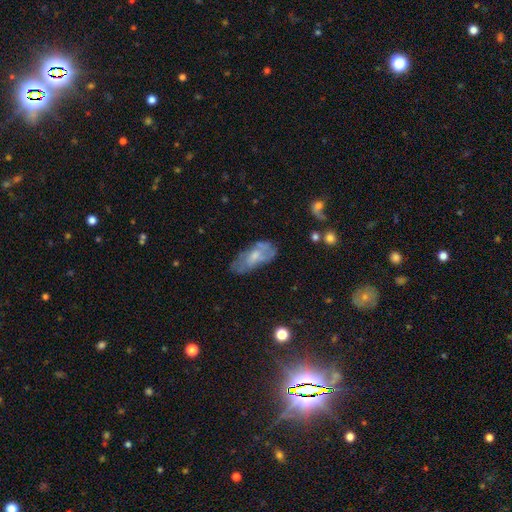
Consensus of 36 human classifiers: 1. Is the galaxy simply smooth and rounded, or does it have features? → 64% featured or disk, 33% smooth, 3% star or artifact.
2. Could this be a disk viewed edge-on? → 78% no, 22% yes.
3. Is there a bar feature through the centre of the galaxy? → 50% no, 44% weak, 6% strong.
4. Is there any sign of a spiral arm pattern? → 56% yes, 44% no.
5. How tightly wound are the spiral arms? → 50% medium, 40% tight, 10% loose.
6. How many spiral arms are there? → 50% can't tell, 40% 2, 10% 1, 0% 3, 0% 4, 0% more than 4.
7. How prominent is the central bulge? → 44% moderate, 33% small, 11% large, 11% none, 0% dominant.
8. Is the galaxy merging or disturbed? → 63% none, 20% minor disturbance, 14% major disturbance, 3% merger.